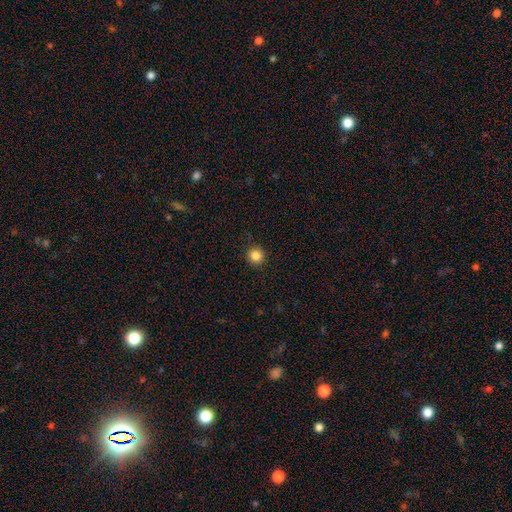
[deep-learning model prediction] Smooth or featured? smooth (84%)
How rounded? round (93%)
Merging? none (90%)